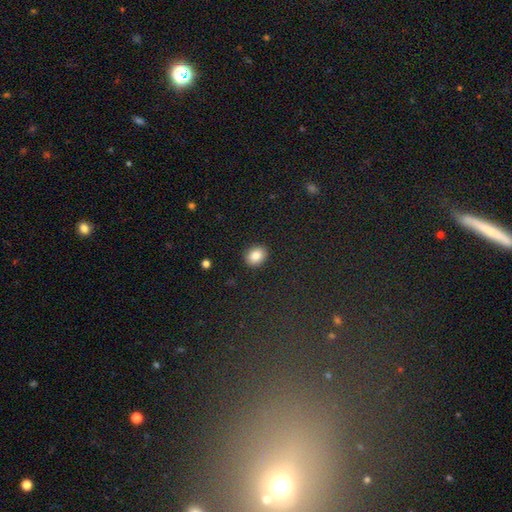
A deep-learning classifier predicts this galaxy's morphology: Smooth or featured?
  - smooth: 85% *
  - star or artifact: 8%
  - featured or disk: 6%
How rounded?
  - in between: 58% *
  - round: 41%
  - cigar-shaped: 1%
Merging?
  - none: 90% *
  - minor disturbance: 7%
  - major disturbance: 2%
  - merger: 1%